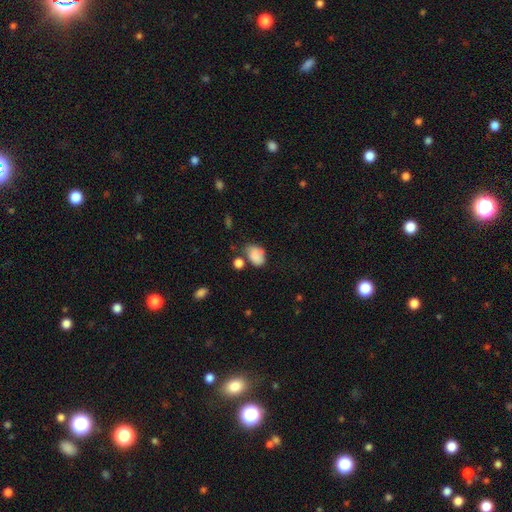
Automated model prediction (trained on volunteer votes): Q: Smooth or featured?
A: smooth (83%); runner-up: star or artifact (9%)
Q: How rounded?
A: in between (79%); runner-up: round (20%)
Q: Merging?
A: none (46%); runner-up: minor disturbance (27%)